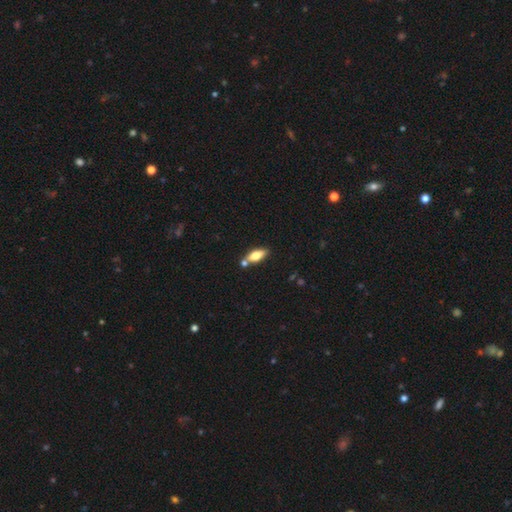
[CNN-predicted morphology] type=smooth (67%); roundness=in between (75%); merging=none (65%).